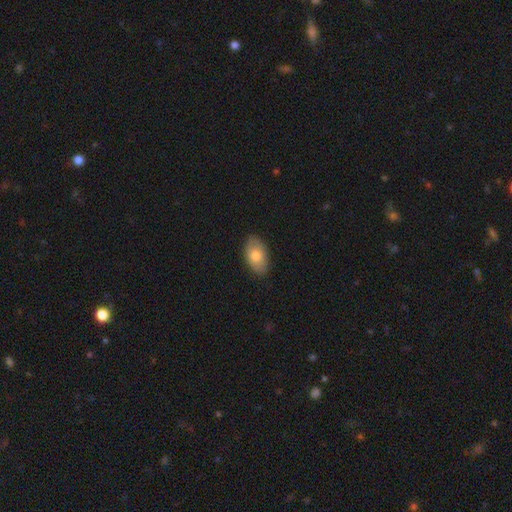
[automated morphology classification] type=smooth (78%); roundness=in between (93%); merging=none (86%).